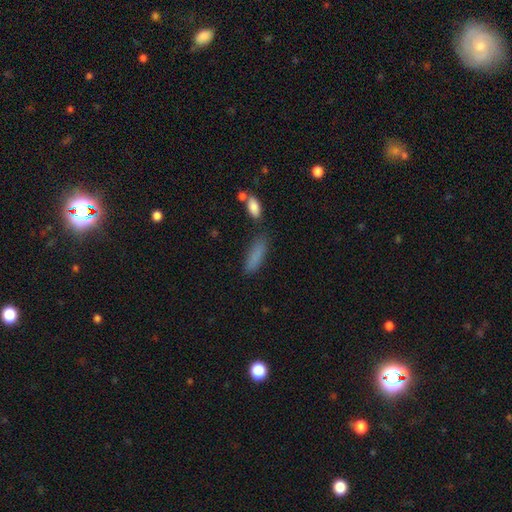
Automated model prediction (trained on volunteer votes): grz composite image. It shows a smooth galaxy with no disk features (84%) that is cigar-shaped (57%). Merging: none (73%).